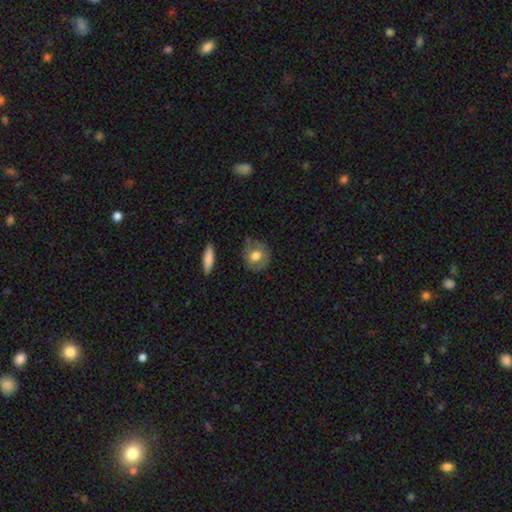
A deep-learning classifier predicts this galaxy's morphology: type=smooth (65%); roundness=round (78%); merging=none (78%).